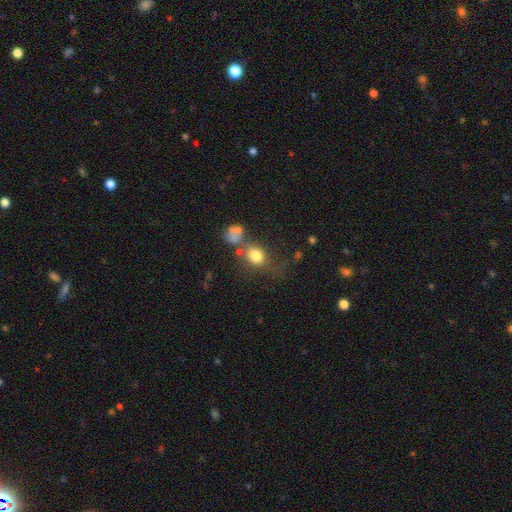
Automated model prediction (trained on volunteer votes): smooth-or-featured: smooth: 75% | featured or disk: 13% | star or artifact: 12%
  how-rounded: round: 56% | in between: 42% | cigar-shaped: 2%
  merging: none: 41% | merger: 22% | major disturbance: 19% | minor disturbance: 18%